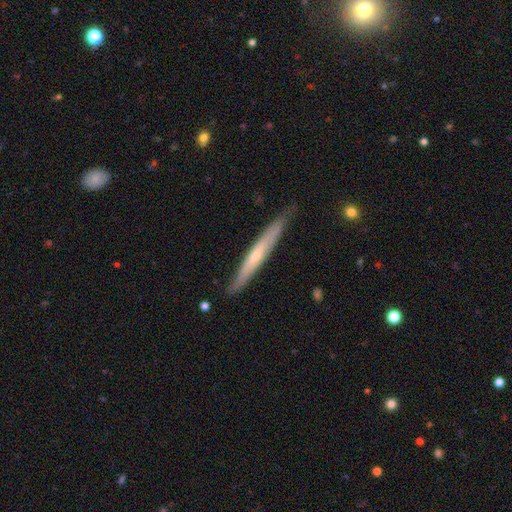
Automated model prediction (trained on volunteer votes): This appears to be a featured or disk galaxy (59%) viewed edge-on (92%) with a rounded central bulge (56%). Merging: none (84%).